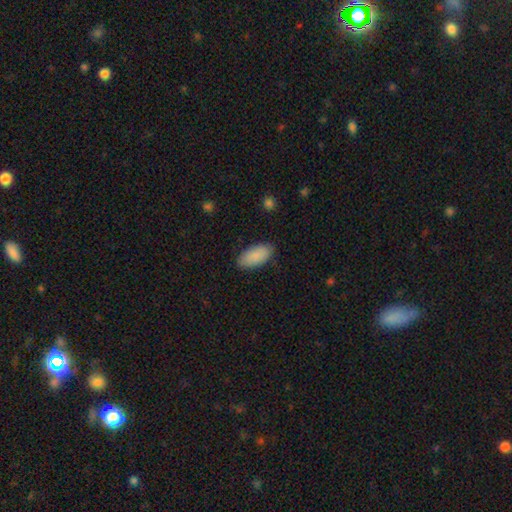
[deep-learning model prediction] smooth 89%, star or artifact 6%, featured or disk 5%. Down the decision tree: how rounded — in between (93%); merging — none (86%).